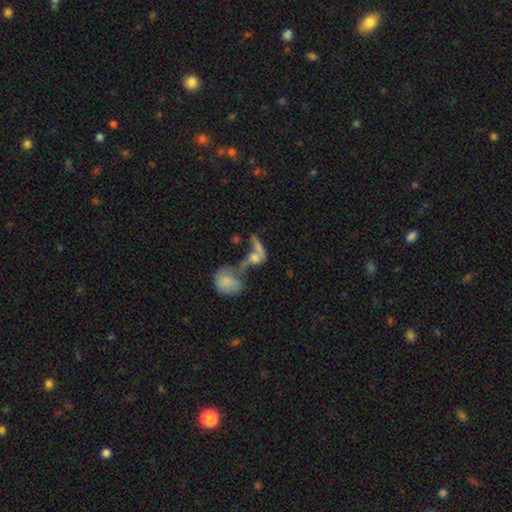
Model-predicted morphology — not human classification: Smooth or featured? Predicted: smooth (p=0.50). How rounded? Predicted: in between (p=0.58). Merging? Predicted: merger (p=0.60).